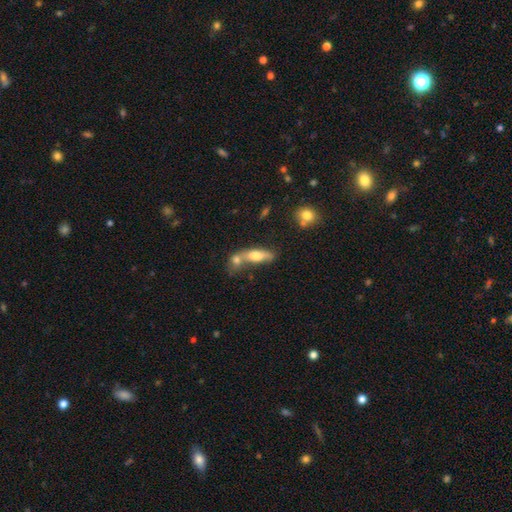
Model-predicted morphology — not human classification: smooth_or_featured: smooth (p=0.62) [alt: featured or disk p=0.30]
how_rounded: in between (p=0.55) [alt: cigar-shaped p=0.40]
merging: merger (p=0.52) [alt: none p=0.30]